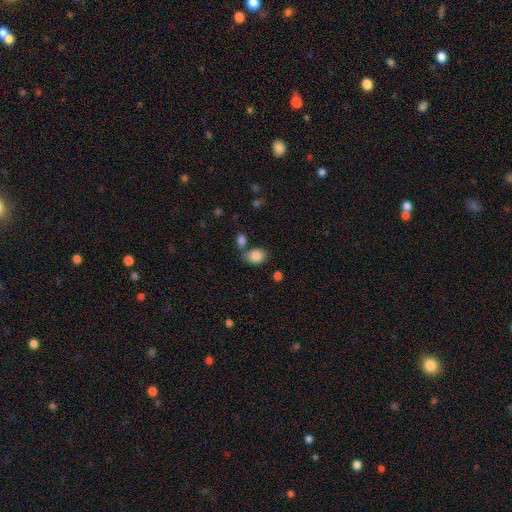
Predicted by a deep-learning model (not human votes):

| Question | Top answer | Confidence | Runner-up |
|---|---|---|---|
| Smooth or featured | smooth | 86% | star or artifact (8%) |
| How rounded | in between | 66% | round (33%) |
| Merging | none | 58% | merger (20%) |